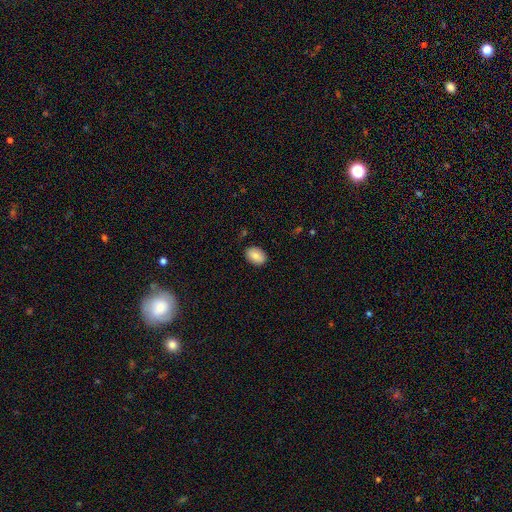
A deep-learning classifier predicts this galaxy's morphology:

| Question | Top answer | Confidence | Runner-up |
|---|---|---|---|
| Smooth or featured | smooth | 82% | featured or disk (11%) |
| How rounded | in between | 84% | round (15%) |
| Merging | none | 85% | minor disturbance (11%) |